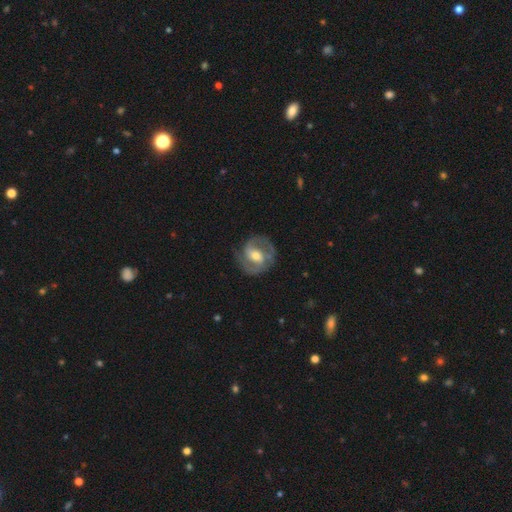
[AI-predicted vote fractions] This is clearly a featured or disk galaxy (82%). It is clearly not viewed edge-on (97%). Bar: possibly weak (46%). Spiral arm pattern: clearly yes (92%). Spiral arm count: clearly 2 (85%). Spiral winding: possibly medium (51%). Central bulge: likely moderate (63%). Merging: likely none (77%).